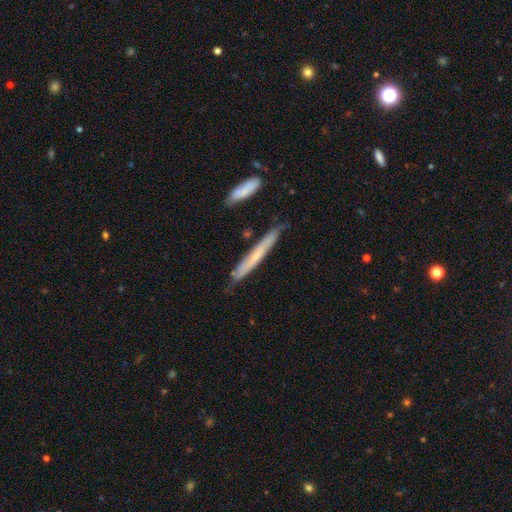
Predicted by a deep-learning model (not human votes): smooth 48%, featured or disk 45%, star or artifact 6%. Down the decision tree: merging — none (76%).